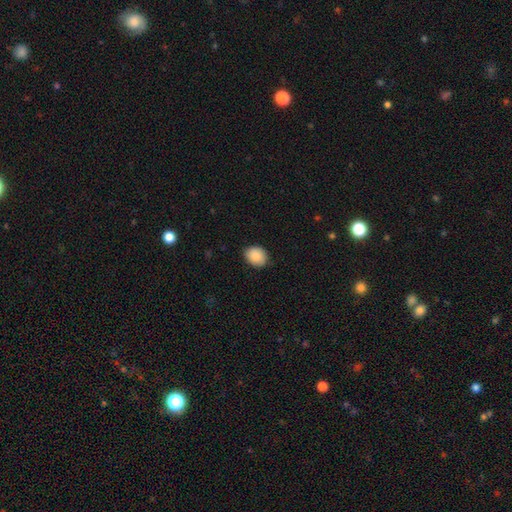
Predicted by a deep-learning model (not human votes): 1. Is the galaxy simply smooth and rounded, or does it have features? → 87% smooth, 7% star or artifact, 6% featured or disk.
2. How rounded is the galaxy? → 51% round, 48% in between, 1% cigar-shaped.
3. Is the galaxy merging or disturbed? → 83% none, 13% minor disturbance, 2% major disturbance, 1% merger.